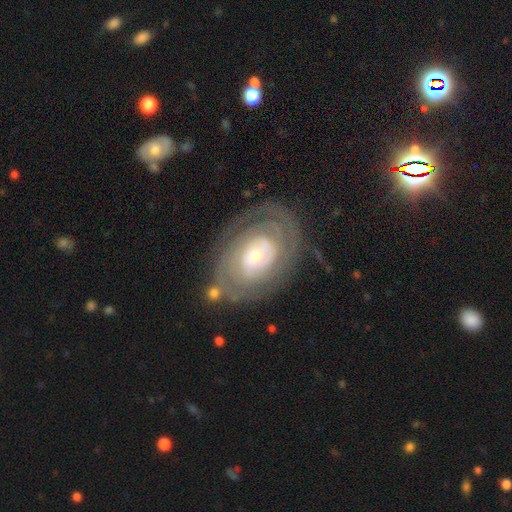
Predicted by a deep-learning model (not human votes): A featured or disk galaxy (76%) with no bar (69%), tight (74%) spiral arms (77%) and a small central bulge (60%). Merging: none (70%).